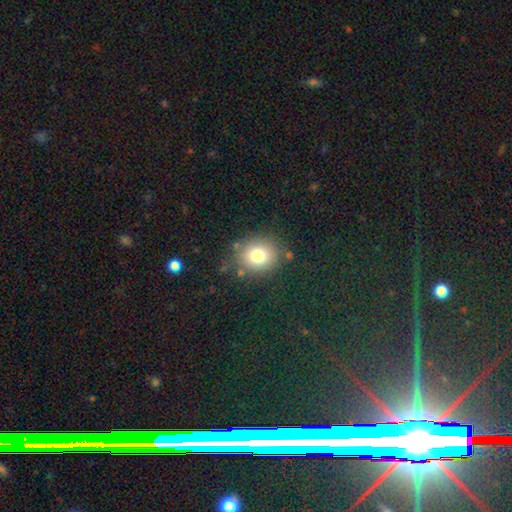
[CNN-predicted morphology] Smooth or featured?
  - smooth: 77% *
  - star or artifact: 12%
  - featured or disk: 11%
How rounded?
  - round: 75% *
  - in between: 24%
  - cigar-shaped: 1%
Merging?
  - none: 82% *
  - minor disturbance: 10%
  - major disturbance: 4%
  - merger: 3%